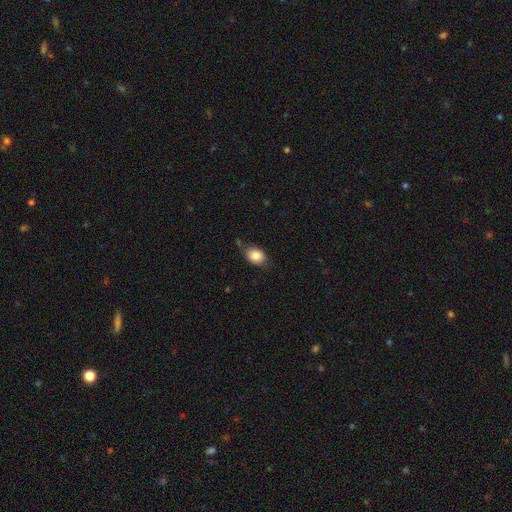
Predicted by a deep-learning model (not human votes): Morphology: type=smooth (85%); roundness=in between (68%); merging=none (68%).